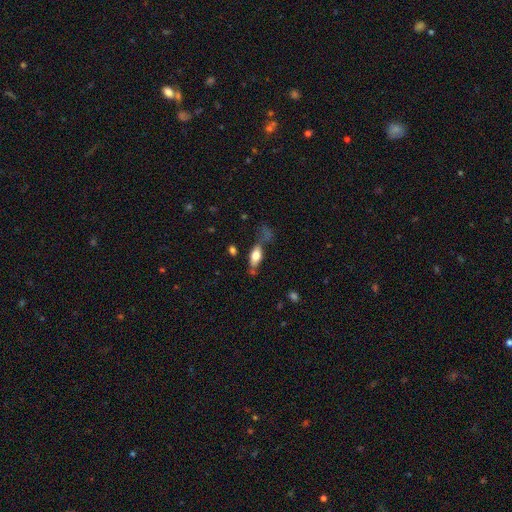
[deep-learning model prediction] Smooth or featured?
  - smooth: 66% *
  - featured or disk: 27%
  - star or artifact: 7%
How rounded?
  - in between: 76% *
  - cigar-shaped: 20%
  - round: 4%
Merging?
  - none: 53% *
  - minor disturbance: 23%
  - major disturbance: 15%
  - merger: 8%